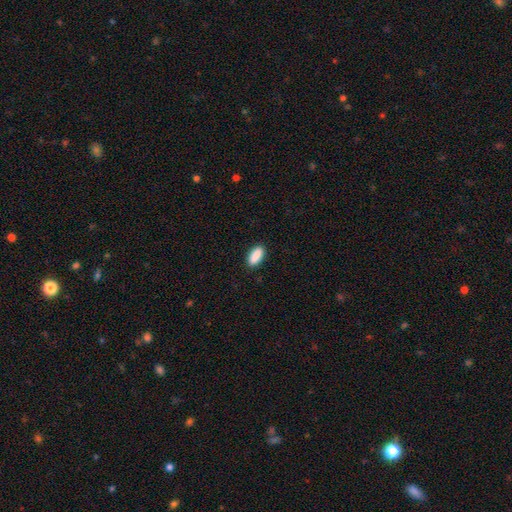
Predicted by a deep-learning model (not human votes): Morphology: type=smooth (90%); roundness=in between (84%); merging=none (89%).